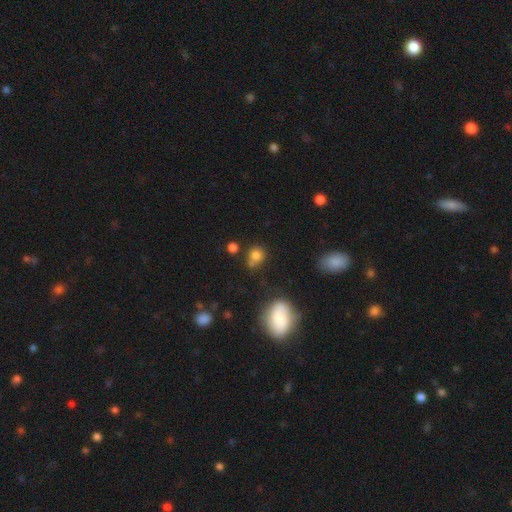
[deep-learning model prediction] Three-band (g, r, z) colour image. It shows a smooth galaxy with no disk features (78%) that is round (76%). Merging: none (58%).